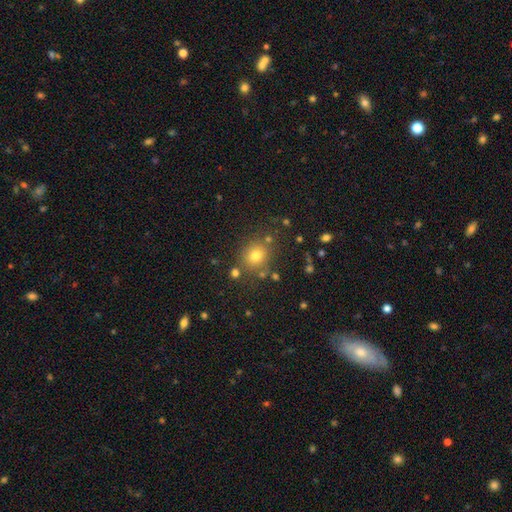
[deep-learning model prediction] smooth 74%, star or artifact 17%, featured or disk 9%. Down the decision tree: how rounded — round (75%); merging — none (77%).